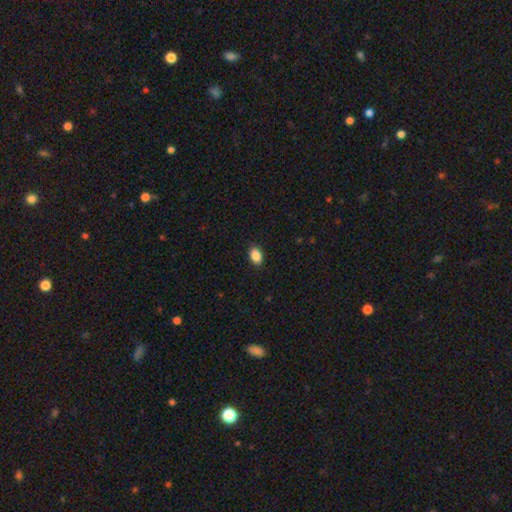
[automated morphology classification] smooth 89%, star or artifact 8%, featured or disk 3%. Down the decision tree: how rounded — in between (86%); merging — none (89%).